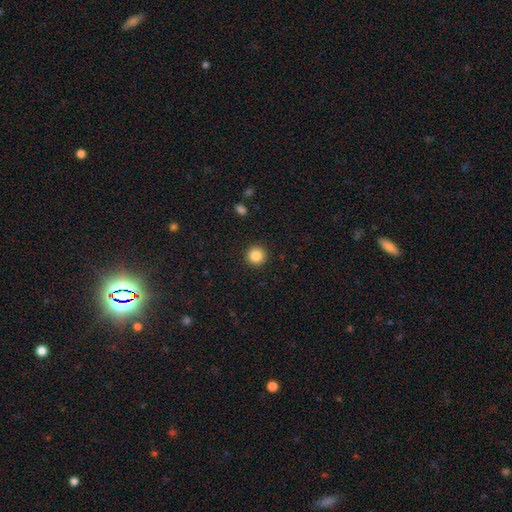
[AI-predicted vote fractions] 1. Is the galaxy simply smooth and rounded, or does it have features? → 87% smooth, 10% star or artifact, 4% featured or disk.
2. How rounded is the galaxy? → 95% round, 4% in between, 1% cigar-shaped.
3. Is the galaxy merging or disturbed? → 92% none, 5% minor disturbance, 2% major disturbance, 1% merger.